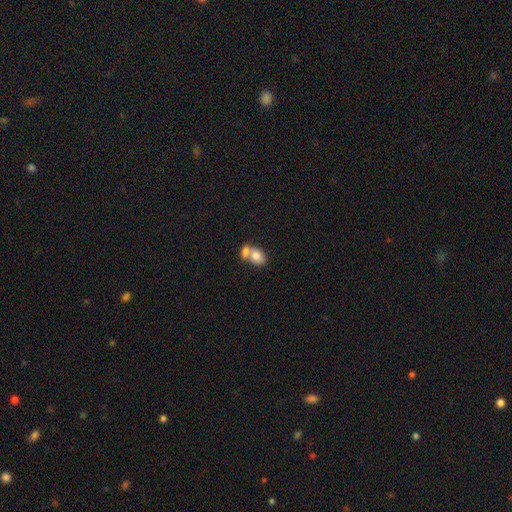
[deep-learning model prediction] Smooth or featured? smooth (77%)
How rounded? in between (70%)
Merging? merger (65%)